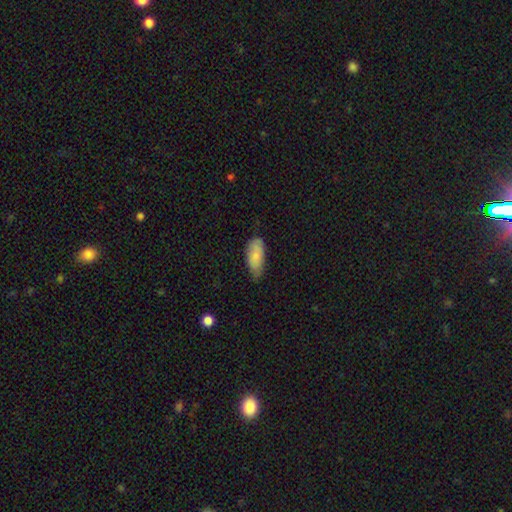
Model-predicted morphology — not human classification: Q: Smooth or featured?
A: smooth (81%); runner-up: featured or disk (13%)
Q: How rounded?
A: in between (89%); runner-up: cigar-shaped (9%)
Q: Merging?
A: none (55%); runner-up: minor disturbance (38%)